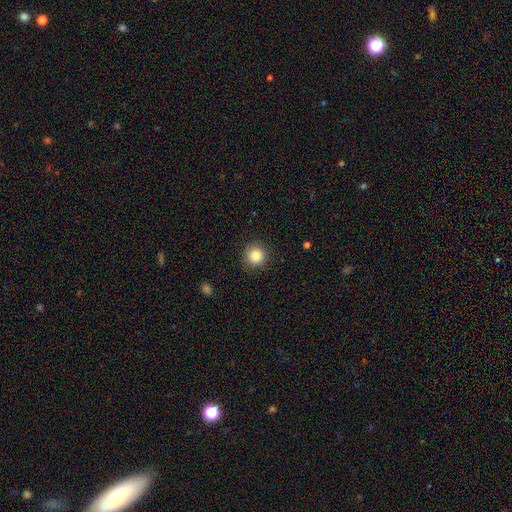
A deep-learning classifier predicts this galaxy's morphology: A smooth galaxy with no disk features (85%) that is round (94%).

Vote fractions:
- Smooth or featured? smooth: 85% / star or artifact: 10% / featured or disk: 5%
- How rounded? round: 94% / in between: 5% / cigar-shaped: 1%
- Merging? none: 89% / minor disturbance: 8% / major disturbance: 2% / merger: 1%